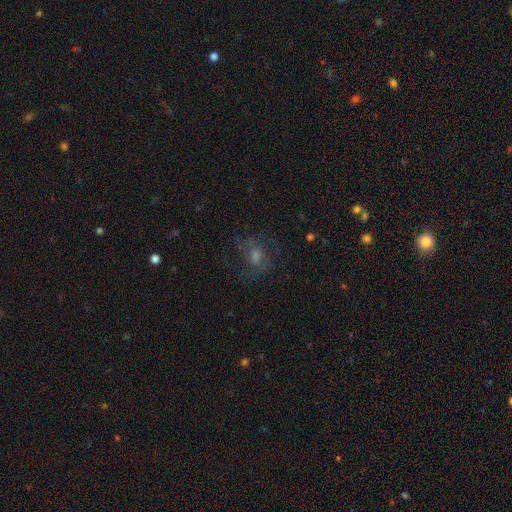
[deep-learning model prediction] This appears to be a featured or disk galaxy (39%). Merging: none (62%).